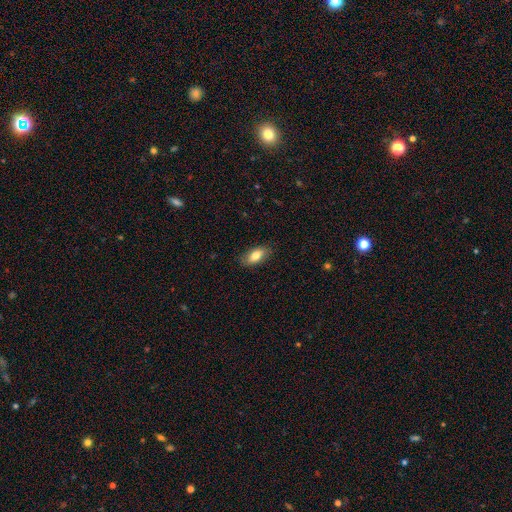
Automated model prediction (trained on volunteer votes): Smooth or featured? Predicted: smooth (p=0.79). How rounded? Predicted: in between (p=0.88). Merging? Predicted: none (p=0.83).